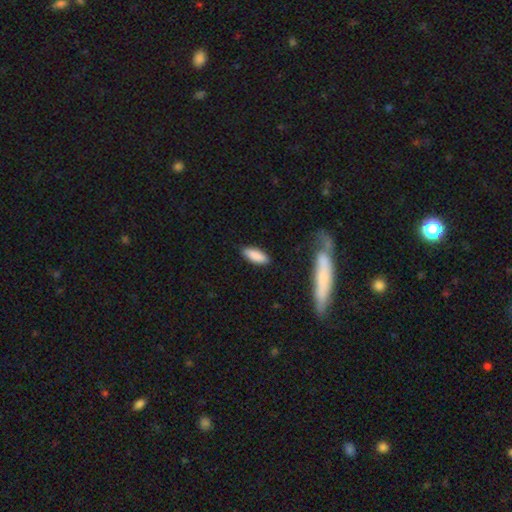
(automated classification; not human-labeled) A smooth galaxy with no disk features (87%) that is in between round and cigar-shaped (68%). Merging: none (85%).